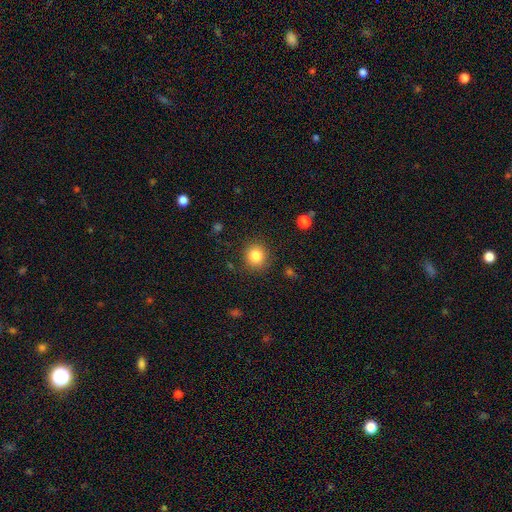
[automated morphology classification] smooth-or-featured: smooth: 83% | star or artifact: 11% | featured or disk: 6%
  how-rounded: round: 91% | in between: 8% | cigar-shaped: 1%
  merging: none: 88% | minor disturbance: 8% | major disturbance: 3% | merger: 1%